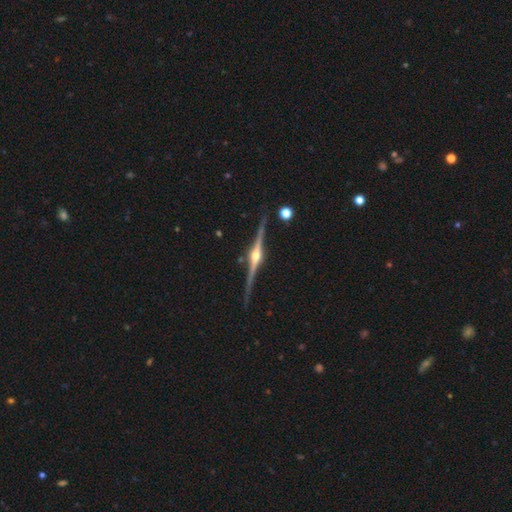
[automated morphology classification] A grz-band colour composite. It shows a featured or disk galaxy (90%) viewed edge-on (99%) with a rounded central bulge (95%). Merging: none (88%).